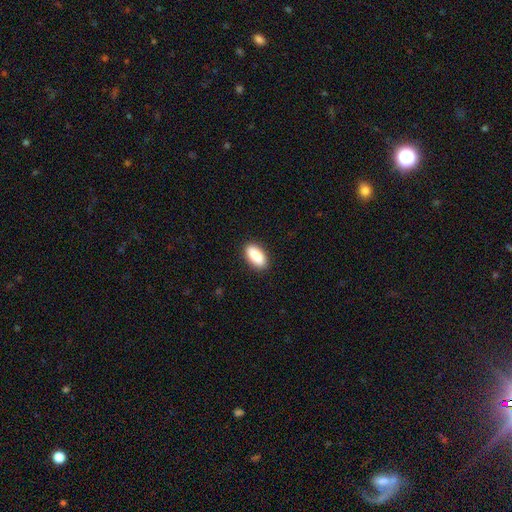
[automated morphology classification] Smooth or featured?
  - smooth: 89% *
  - star or artifact: 6%
  - featured or disk: 4%
How rounded?
  - in between: 90% *
  - cigar-shaped: 7%
  - round: 3%
Merging?
  - none: 89% *
  - minor disturbance: 8%
  - major disturbance: 2%
  - merger: 1%